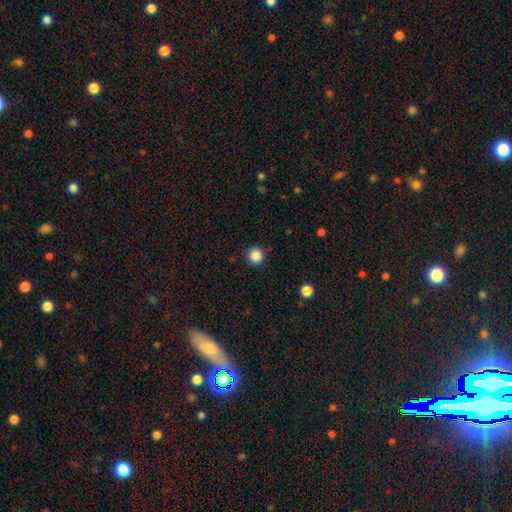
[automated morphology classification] type=smooth (87%); roundness=round (95%); merging=none (91%).